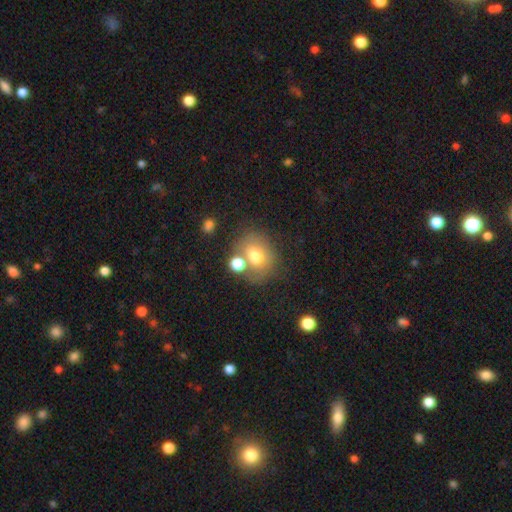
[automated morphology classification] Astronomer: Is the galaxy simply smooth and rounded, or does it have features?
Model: smooth — 69%.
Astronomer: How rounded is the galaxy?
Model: round — 61% (runner-up: in between, 38%).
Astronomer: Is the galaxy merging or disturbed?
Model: none — 53%.